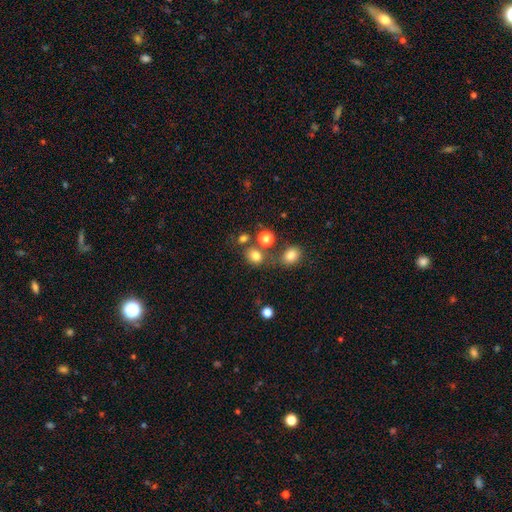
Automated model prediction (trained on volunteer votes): Smooth or featured? smooth (77%)
How rounded? round (67%)
Merging? none (62%)